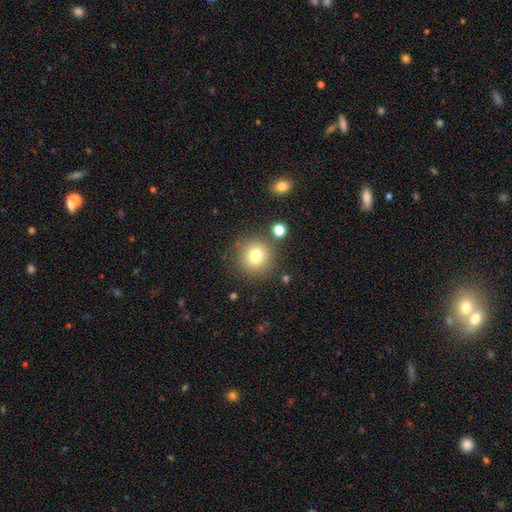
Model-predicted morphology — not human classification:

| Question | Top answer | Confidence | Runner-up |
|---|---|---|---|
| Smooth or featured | smooth | 77% | star or artifact (12%) |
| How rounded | round | 94% | in between (5%) |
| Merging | none | 83% | minor disturbance (9%) |